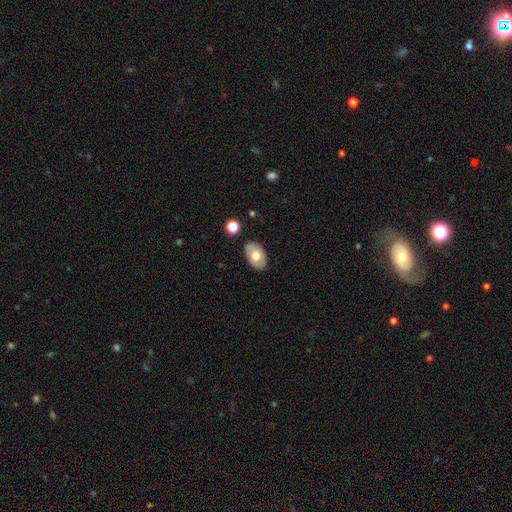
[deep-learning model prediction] This is likely a smooth galaxy (65%). How rounded: clearly in between (90%). Merging: clearly none (84%).